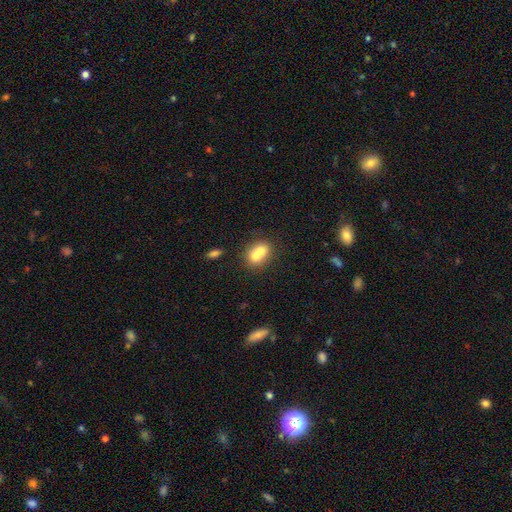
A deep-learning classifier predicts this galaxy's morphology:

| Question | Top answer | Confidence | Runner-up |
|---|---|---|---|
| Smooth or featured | smooth | 69% | featured or disk (22%) |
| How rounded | round | 61% | in between (38%) |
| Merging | merger | 67% | none (24%) |